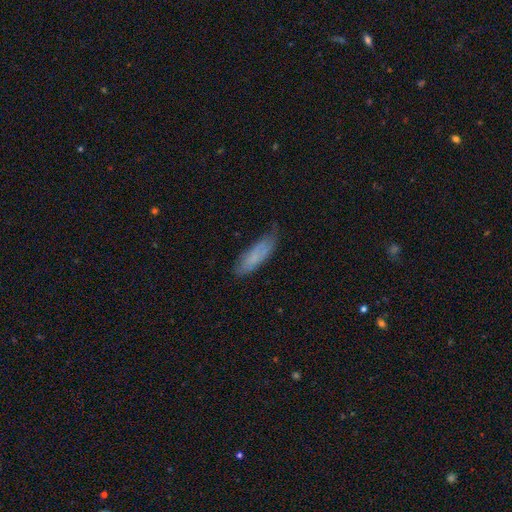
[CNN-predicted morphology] A smooth galaxy with no disk features (71%) that is cigar-shaped (54%). Merging: none (63%).